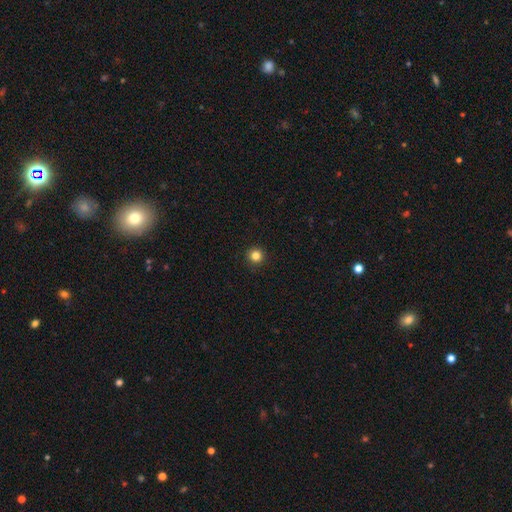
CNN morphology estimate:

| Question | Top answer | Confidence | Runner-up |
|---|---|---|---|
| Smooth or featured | smooth | 83% | star or artifact (12%) |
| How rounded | round | 96% | in between (3%) |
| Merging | none | 93% | minor disturbance (4%) |